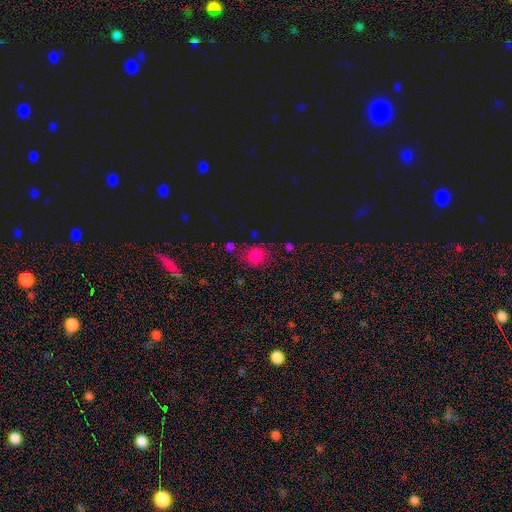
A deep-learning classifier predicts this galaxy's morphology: type=smooth (78%); roundness=round (77%); merging=none (72%).